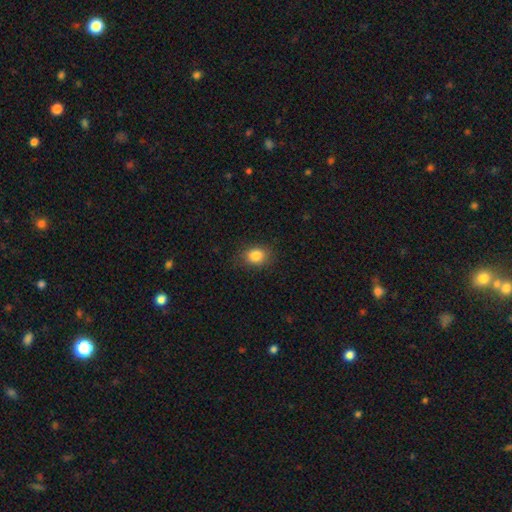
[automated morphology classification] smooth_or_featured: smooth (p=0.84) [alt: star or artifact p=0.10]
how_rounded: in between (p=0.50) [alt: round p=0.49]
merging: none (p=0.82) [alt: minor disturbance p=0.13]